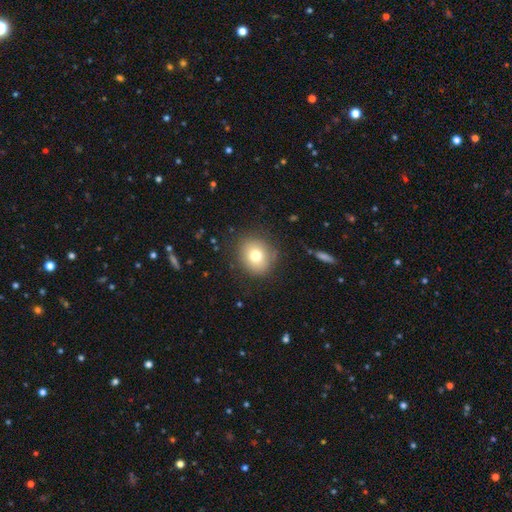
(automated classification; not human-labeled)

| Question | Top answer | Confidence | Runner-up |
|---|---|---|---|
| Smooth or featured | smooth | 76% | featured or disk (13%) |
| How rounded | round | 69% | in between (30%) |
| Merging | none | 84% | minor disturbance (11%) |